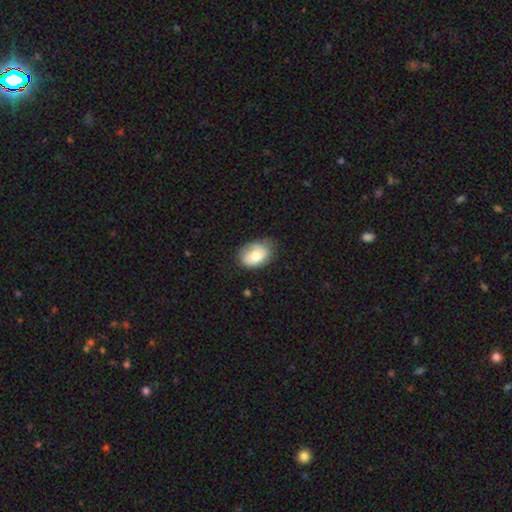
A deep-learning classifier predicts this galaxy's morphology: smooth 73%, featured or disk 20%, star or artifact 7%. Down the decision tree: how rounded — in between (83%); merging — none (59%).